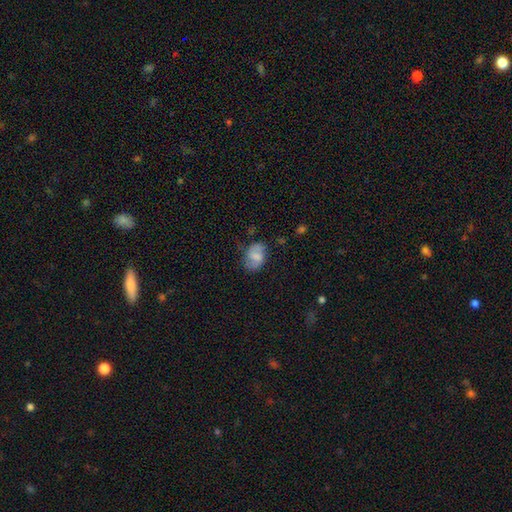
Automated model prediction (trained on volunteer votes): This appears to be a smooth galaxy with no disk features (59%) that is in between round and cigar-shaped (77%). Merging: none (63%).